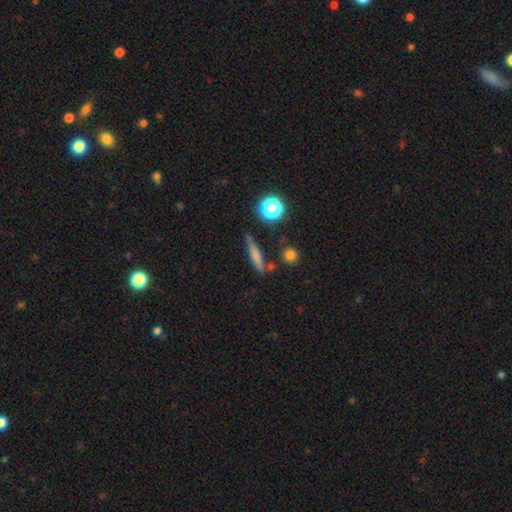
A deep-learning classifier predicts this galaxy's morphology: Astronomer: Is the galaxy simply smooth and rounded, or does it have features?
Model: smooth — 64%.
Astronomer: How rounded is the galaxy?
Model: cigar-shaped — 80%.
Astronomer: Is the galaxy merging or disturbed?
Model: none — 76%.